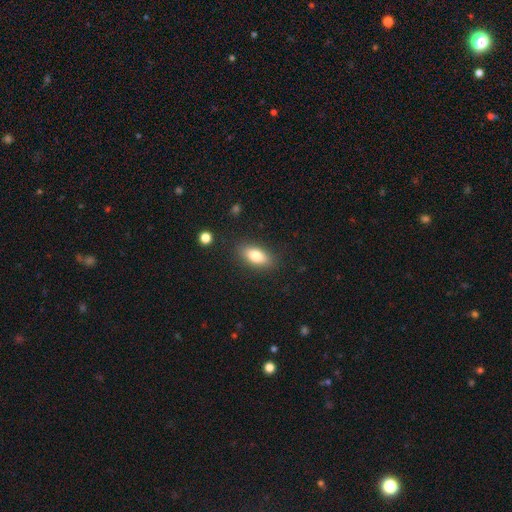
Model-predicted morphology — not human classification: smooth 79%, featured or disk 13%, star or artifact 7%. Down the decision tree: how rounded — in between (85%); merging — none (86%).